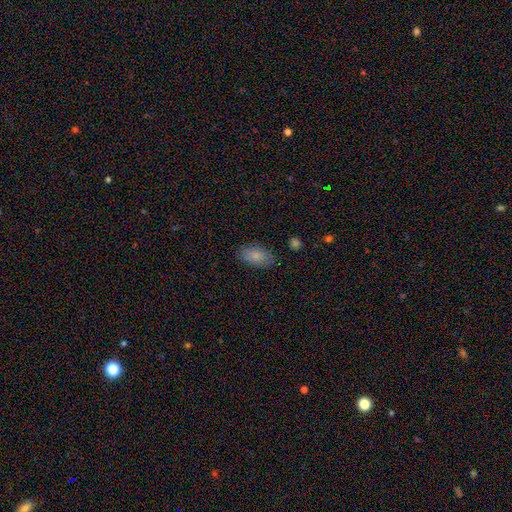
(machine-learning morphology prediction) type=smooth (84%); roundness=in between (93%); merging=none (83%).